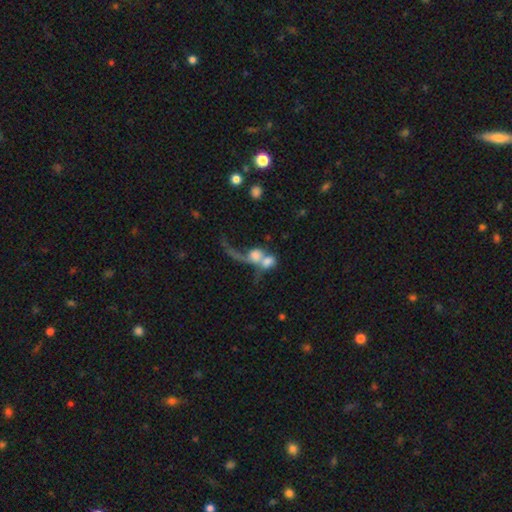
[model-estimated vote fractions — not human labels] This is possibly a smooth galaxy (49%). Merging: likely merger (71%).